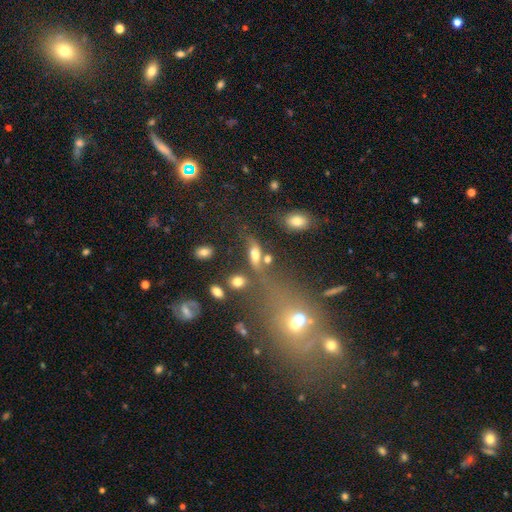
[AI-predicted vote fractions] This is possibly a smooth galaxy (55%). How rounded: likely in between (66%). Merging: possibly none (46%).